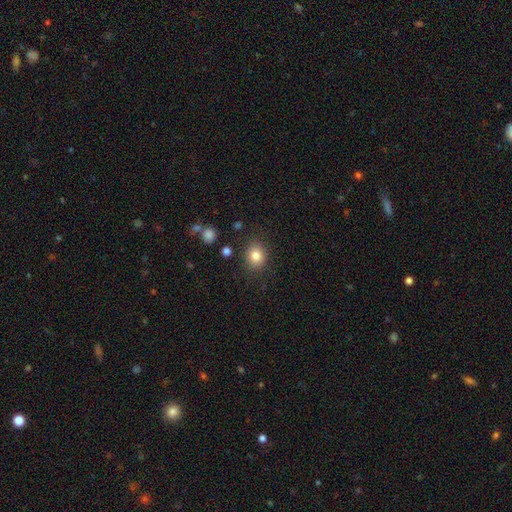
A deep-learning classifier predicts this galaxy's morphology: Smooth or featured?
  - smooth: 82% *
  - star or artifact: 11%
  - featured or disk: 7%
How rounded?
  - round: 59% *
  - in between: 40%
  - cigar-shaped: 1%
Merging?
  - none: 85% *
  - minor disturbance: 10%
  - major disturbance: 3%
  - merger: 2%